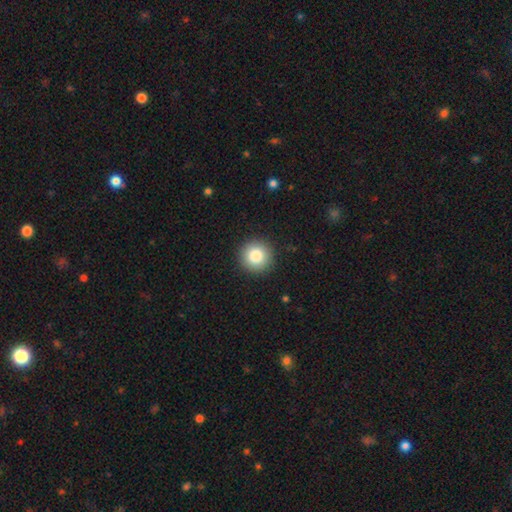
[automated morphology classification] smooth-or-featured: smooth: 85% | star or artifact: 9% | featured or disk: 6%
  how-rounded: round: 96% | in between: 4% | cigar-shaped: 1%
  merging: none: 92% | minor disturbance: 5% | major disturbance: 2% | merger: 1%